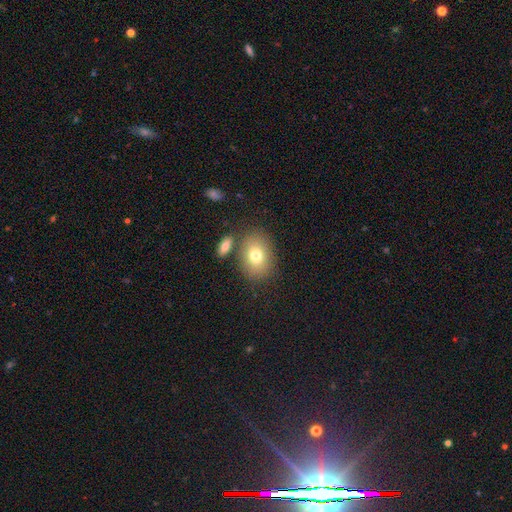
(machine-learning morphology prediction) This appears to be a smooth galaxy with no disk features (77%) that is in between round and cigar-shaped (69%). Merging: none (76%).